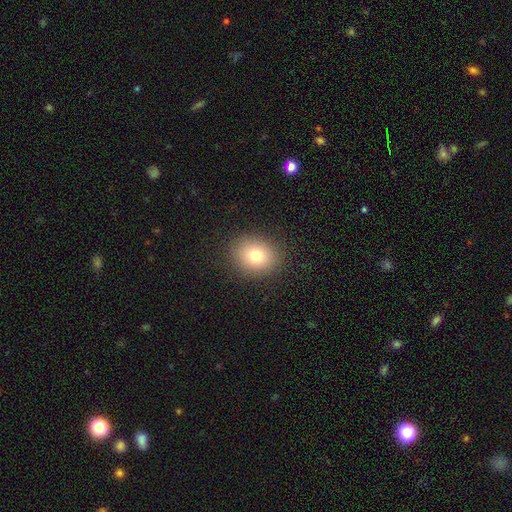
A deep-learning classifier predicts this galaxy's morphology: smooth 78%, star or artifact 12%, featured or disk 10%. Down the decision tree: how rounded — round (60%); merging — none (88%).